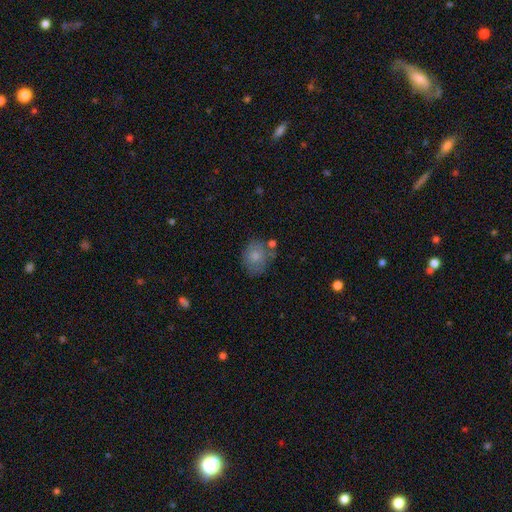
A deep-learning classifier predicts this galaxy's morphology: A smooth galaxy with no disk features (78%) that is round (54%).

Vote fractions:
- Smooth or featured? smooth: 78% / featured or disk: 15% / star or artifact: 8%
- How rounded? round: 54% / in between: 45% / cigar-shaped: 1%
- Merging? none: 61% / minor disturbance: 21% / merger: 11% / major disturbance: 7%